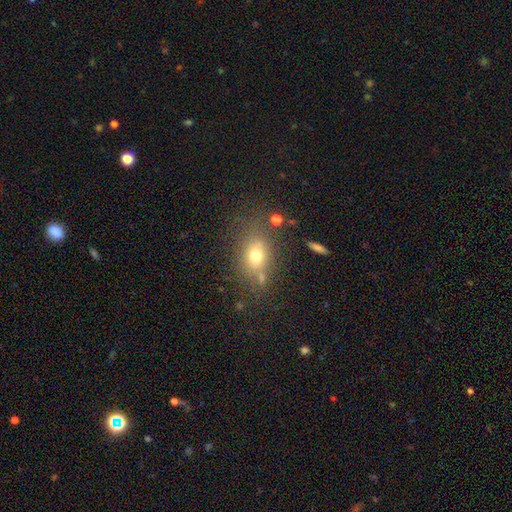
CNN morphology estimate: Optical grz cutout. It shows a smooth galaxy with no disk features (70%) that is in between round and cigar-shaped (65%). Merging: none (67%).